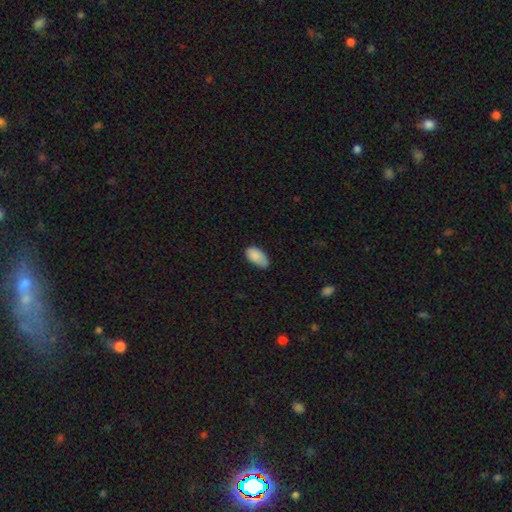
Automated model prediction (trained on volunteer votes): This appears to be a smooth galaxy with no disk features (86%) that is in between round and cigar-shaped (94%). Merging: none (61%).